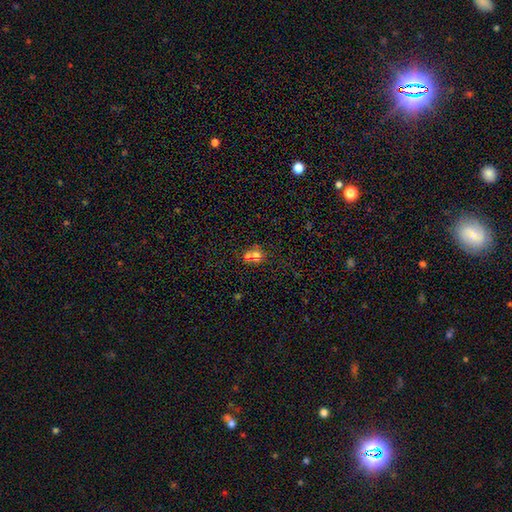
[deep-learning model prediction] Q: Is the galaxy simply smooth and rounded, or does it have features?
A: smooth — 66%.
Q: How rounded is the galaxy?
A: round — 81%.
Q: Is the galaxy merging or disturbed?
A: merger — 49%.